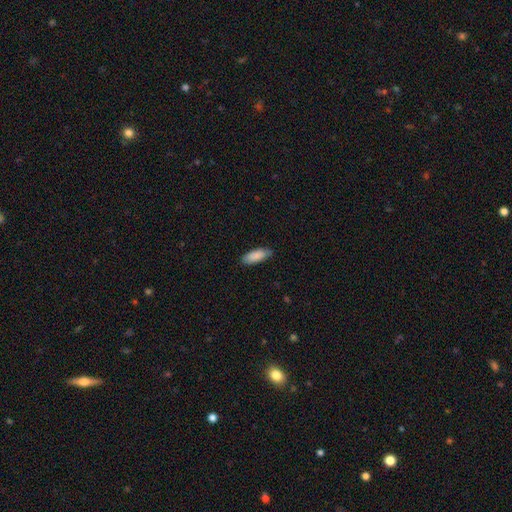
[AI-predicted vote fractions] Smooth or featured? Predicted: smooth (p=0.88). How rounded? Predicted: in between (p=0.73). Merging? Predicted: none (p=0.82).